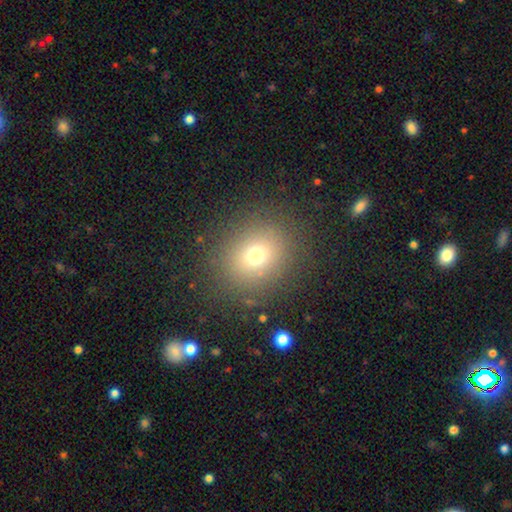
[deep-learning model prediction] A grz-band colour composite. It shows a smooth galaxy with no disk features (70%) that is round (75%). Merging: none (85%).